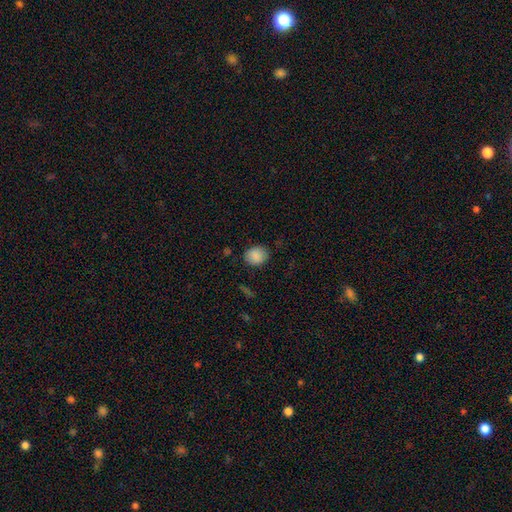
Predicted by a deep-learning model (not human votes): smooth_or_featured: smooth (p=0.88) [alt: star or artifact p=0.08]
how_rounded: round (p=0.59) [alt: in between p=0.40]
merging: none (p=0.82) [alt: minor disturbance p=0.13]